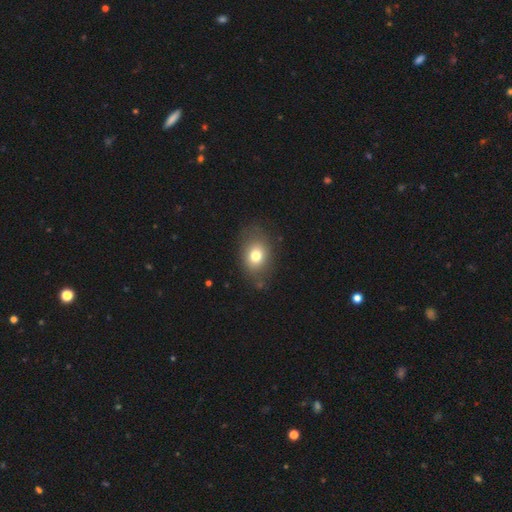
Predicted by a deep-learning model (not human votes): This is likely a smooth galaxy (76%). How rounded: likely in between (68%). Merging: likely none (77%).